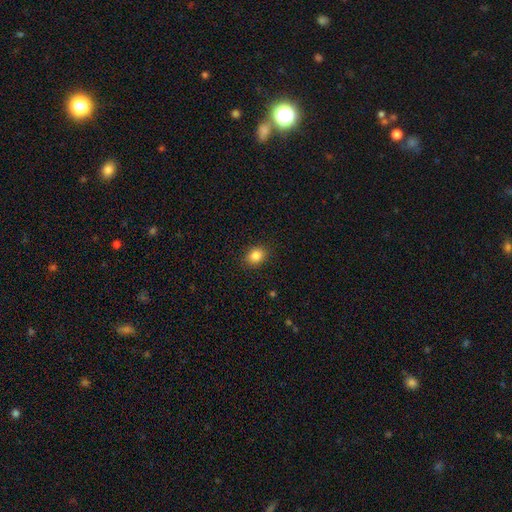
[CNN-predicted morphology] Smooth or featured: smooth — 85% (star or artifact — 10%)
How rounded: round — 52% (in between — 47%)
Merging: none — 89% (minor disturbance — 8%)